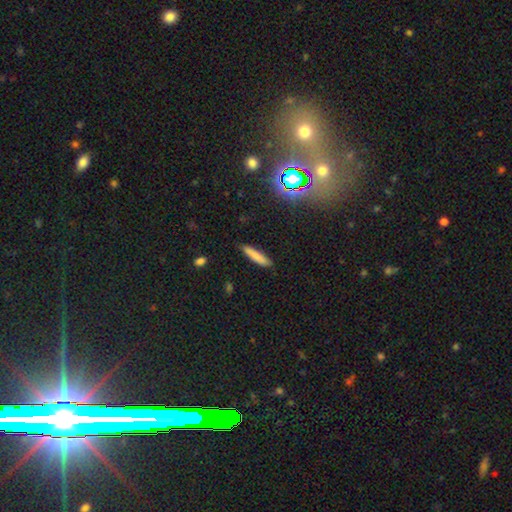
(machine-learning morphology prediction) smooth_or_featured: smooth (p=0.79) [alt: featured or disk p=0.12]
how_rounded: cigar-shaped (p=0.83) [alt: in between p=0.16]
merging: none (p=0.86) [alt: minor disturbance p=0.10]